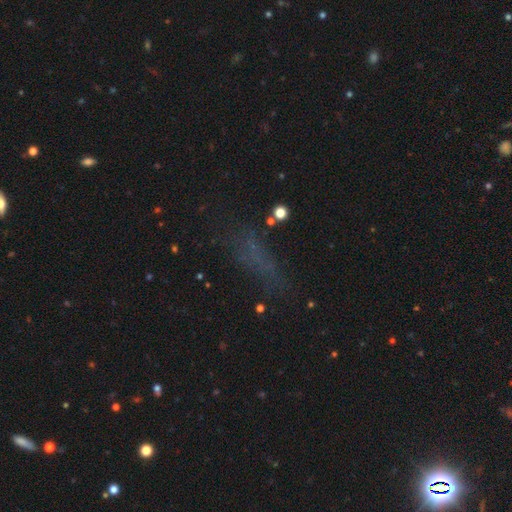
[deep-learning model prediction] Smooth or featured: smooth — 43% (star or artifact — 38%)
Merging: none — 60% (minor disturbance — 18%)